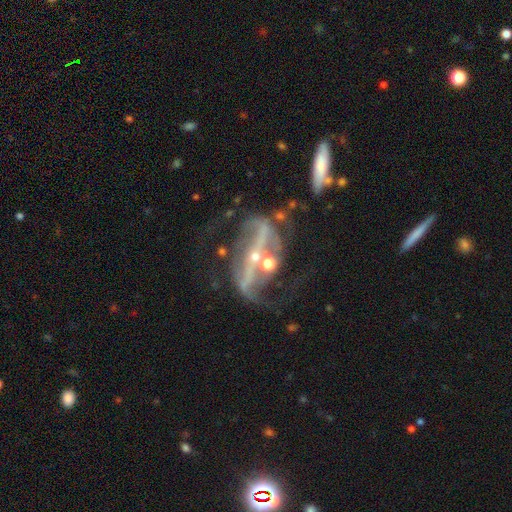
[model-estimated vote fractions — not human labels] The model was most divided on "merging": none: 45%, major disturbance: 24%, minor disturbance: 17%, merger: 14%. More confident: spiral arms — yes (89%); smooth or featured — featured or disk (86%); edge-on disk — no (85%); spiral arm count — 2 (85%); bulge size — small (64%); bar — strong (63%); spiral winding — loose (60%).